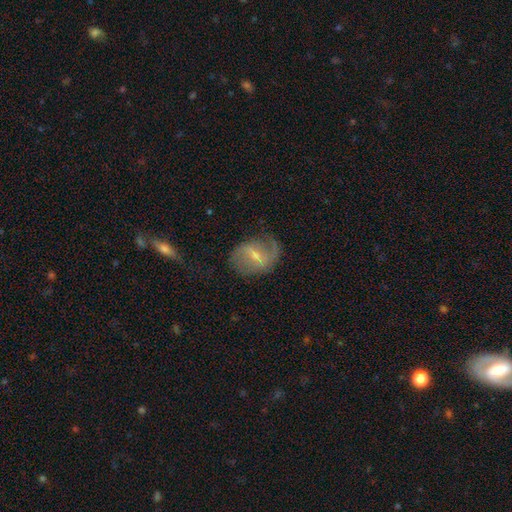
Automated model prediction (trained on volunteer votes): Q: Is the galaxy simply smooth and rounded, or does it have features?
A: featured or disk — 72%.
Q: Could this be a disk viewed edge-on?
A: no — 95%.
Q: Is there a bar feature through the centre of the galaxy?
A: weak — 50%.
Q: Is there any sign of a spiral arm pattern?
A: yes — 85%.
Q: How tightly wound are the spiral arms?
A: loose — 42%.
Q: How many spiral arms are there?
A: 2 — 65%.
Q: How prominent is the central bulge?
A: small — 56%.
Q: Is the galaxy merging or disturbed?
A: none — 61%.